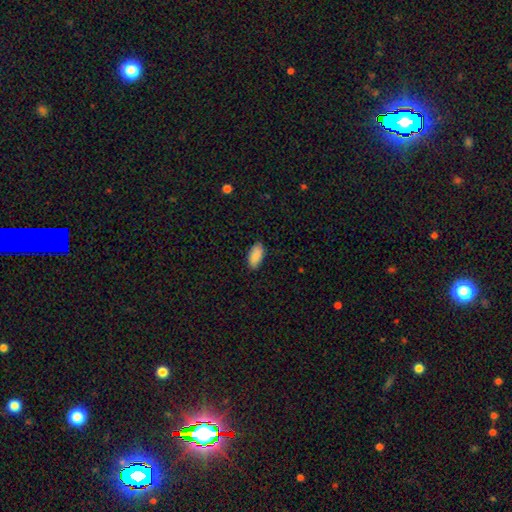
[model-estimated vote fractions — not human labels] This is clearly a smooth galaxy (90%). How rounded: clearly in between (92%). Merging: clearly none (88%).